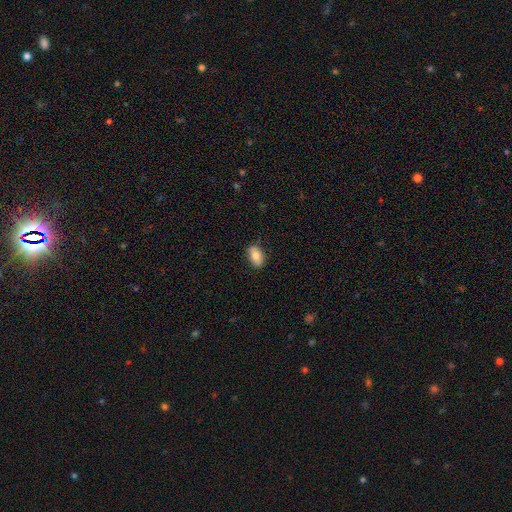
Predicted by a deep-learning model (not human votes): Smooth or featured? smooth (79%)
How rounded? in between (90%)
Merging? none (83%)